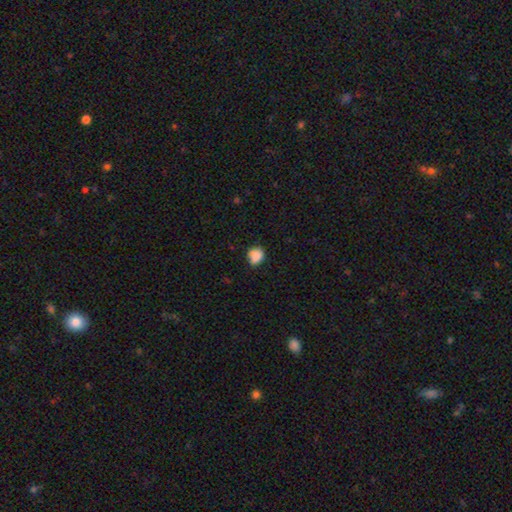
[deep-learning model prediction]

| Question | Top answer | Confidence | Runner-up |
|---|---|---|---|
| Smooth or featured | smooth | 82% | star or artifact (10%) |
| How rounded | round | 55% | in between (44%) |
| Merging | none | 57% | minor disturbance (29%) |